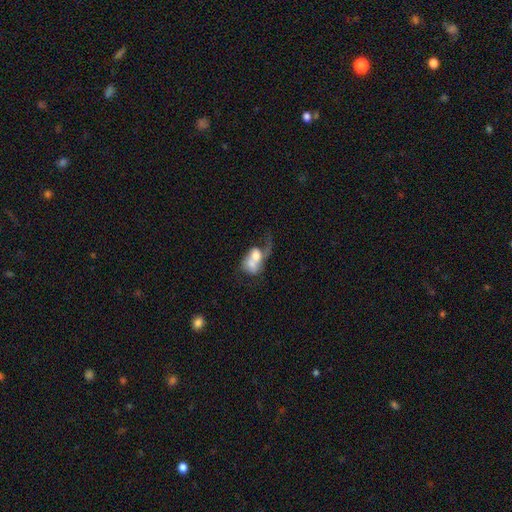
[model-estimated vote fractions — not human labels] This is possibly a smooth galaxy (50%). How rounded: likely in between (70%). Merging: possibly merger (55%).